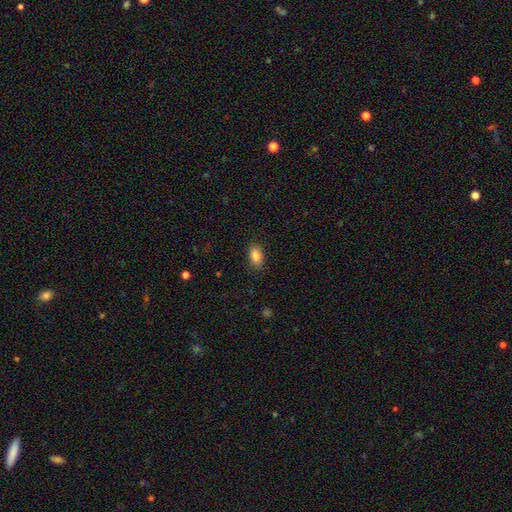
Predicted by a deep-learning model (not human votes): Smooth or featured: smooth — 86% (star or artifact — 8%)
How rounded: in between — 90% (round — 8%)
Merging: none — 87% (minor disturbance — 10%)